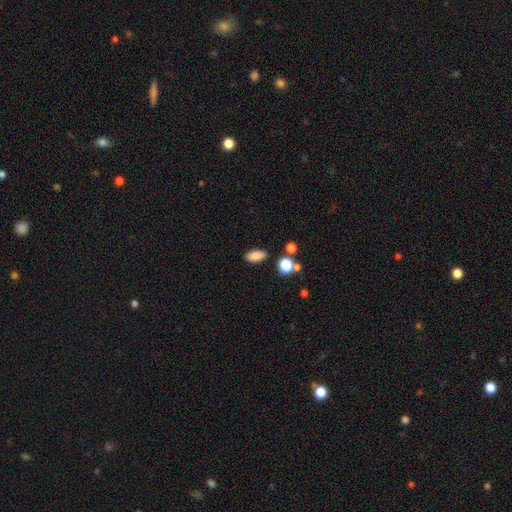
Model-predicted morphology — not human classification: smooth_or_featured: smooth (p=0.86) [alt: star or artifact p=0.10]
how_rounded: in between (p=0.89) [alt: round p=0.06]
merging: none (p=0.85) [alt: minor disturbance p=0.09]